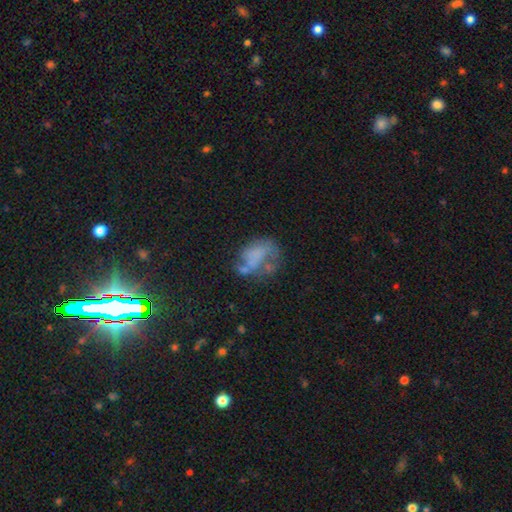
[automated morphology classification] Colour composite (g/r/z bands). It shows a smooth galaxy with no disk features (45%). Merging: major disturbance (34%).